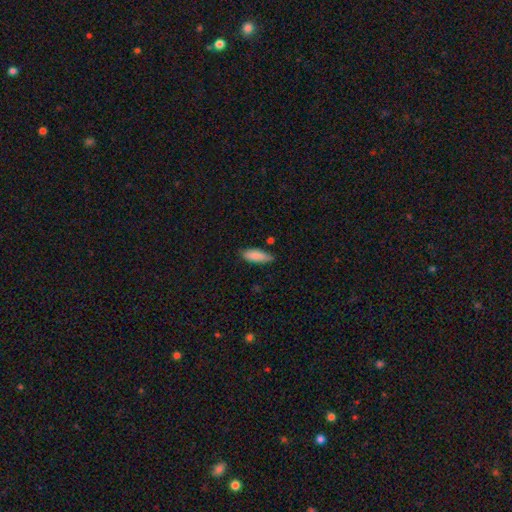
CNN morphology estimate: This is clearly a smooth galaxy (87%). How rounded: likely in between (64%). Merging: likely none (74%).